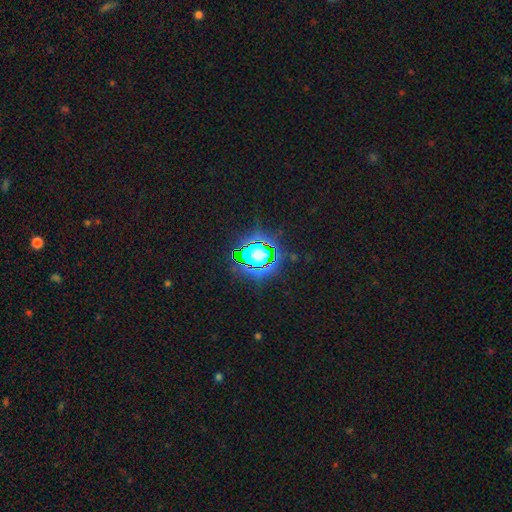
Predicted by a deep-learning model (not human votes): The model was most divided on "smooth or featured": star or artifact: 74%, smooth: 16%, featured or disk: 10%.